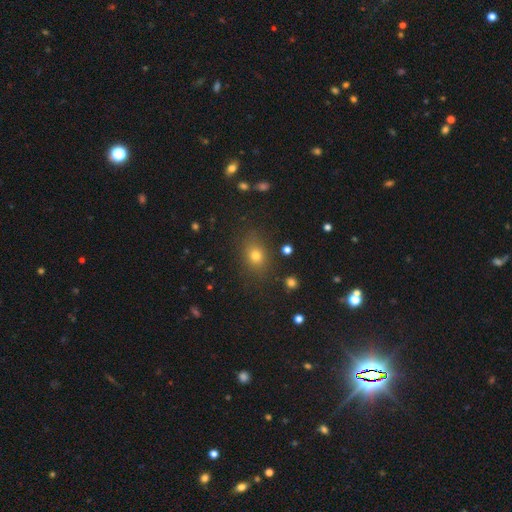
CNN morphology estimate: type=smooth (73%); roundness=in between (51%); merging=none (83%).